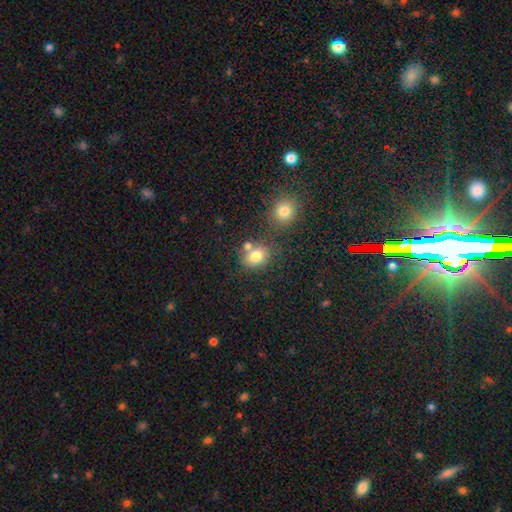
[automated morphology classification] type=smooth (79%); roundness=round (60%); merging=none (60%).